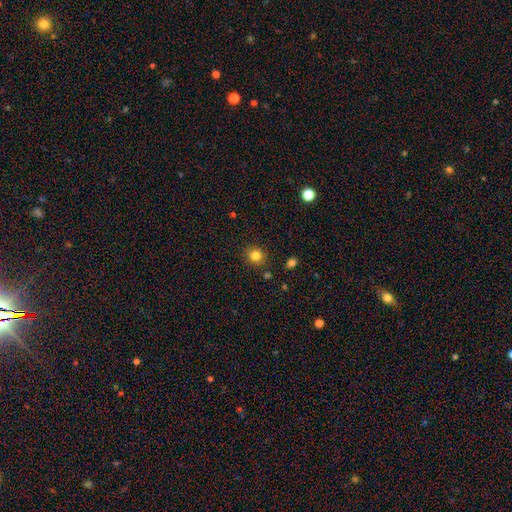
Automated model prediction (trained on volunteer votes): Morphology: type=smooth (81%); roundness=round (85%); merging=none (88%).